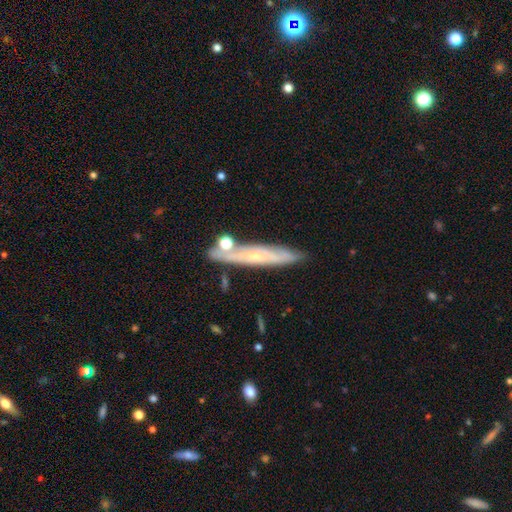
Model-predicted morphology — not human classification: Smooth or featured?
  - featured or disk: 58% *
  - smooth: 34%
  - star or artifact: 8%
Edge-on disk?
  - yes: 73% *
  - no: 27%
Merging?
  - none: 74% *
  - minor disturbance: 14%
  - merger: 9%
  - major disturbance: 3%